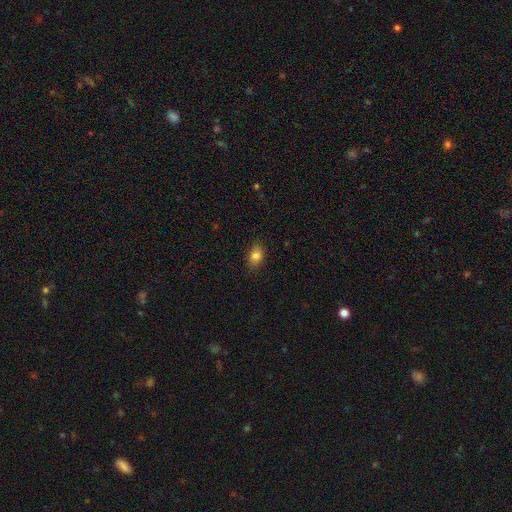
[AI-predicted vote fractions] The model was most divided on "how rounded": in between: 80%, round: 19%, cigar-shaped: 2%. More confident: merging — none (85%); smooth or featured — smooth (82%).